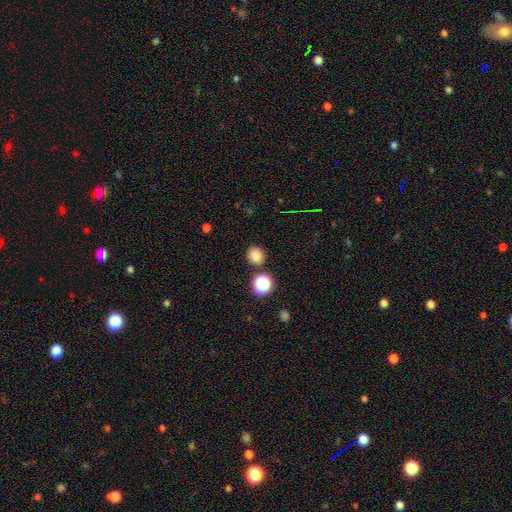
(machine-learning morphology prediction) Overall: smooth (80%). How rounded: round (79%). Merging: none (84%).